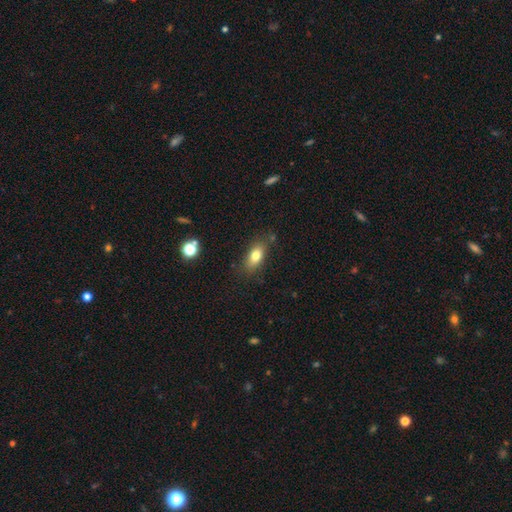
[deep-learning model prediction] Smooth or featured: smooth — 78% (featured or disk — 13%)
How rounded: in between — 83% (cigar-shaped — 10%)
Merging: none — 77% (minor disturbance — 15%)